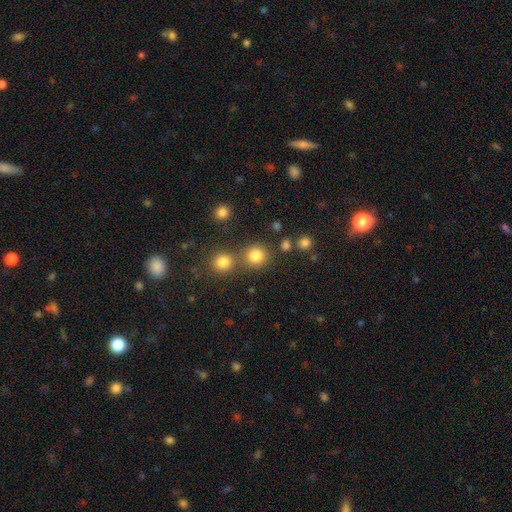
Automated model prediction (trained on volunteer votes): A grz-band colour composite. It shows a smooth galaxy with no disk features (82%) that is round (92%). Merging: none (69%).